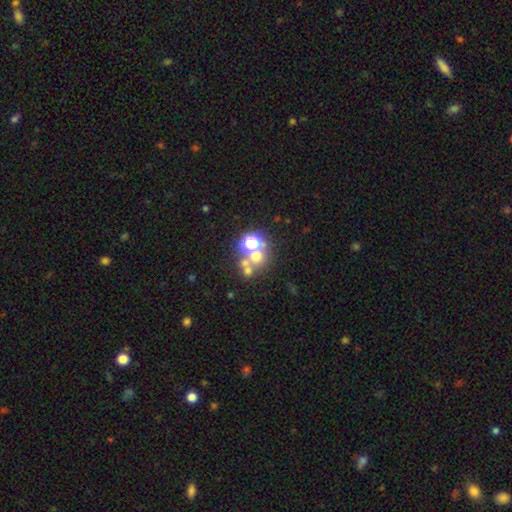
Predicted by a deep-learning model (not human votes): The model was most divided on "smooth or featured": smooth: 46%, star or artifact: 35%, featured or disk: 19%. More confident: merging — none (51%).